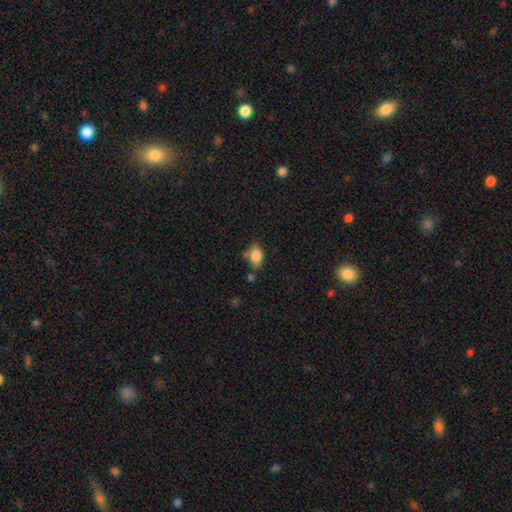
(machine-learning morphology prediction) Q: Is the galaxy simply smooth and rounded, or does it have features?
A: smooth — 84%.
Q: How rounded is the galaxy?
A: in between — 86%.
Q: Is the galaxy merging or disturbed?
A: none — 61%.